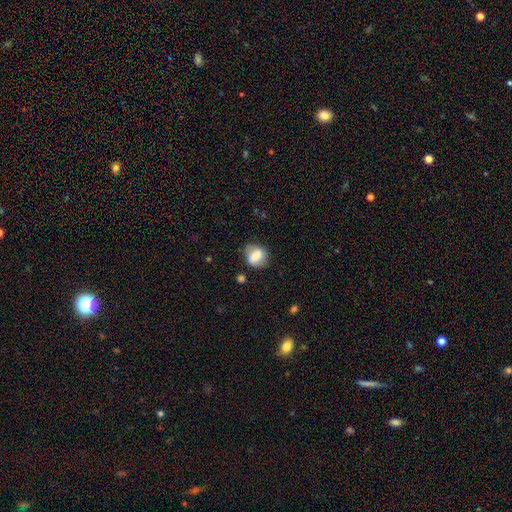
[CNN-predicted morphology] smooth_or_featured: smooth (p=0.61) [alt: featured or disk p=0.31]
how_rounded: round (p=0.56) [alt: in between p=0.43]
merging: none (p=0.72) [alt: minor disturbance p=0.19]